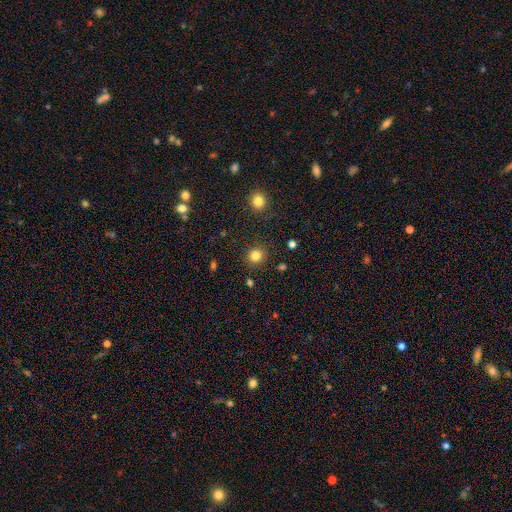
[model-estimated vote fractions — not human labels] This appears to be a smooth galaxy with no disk features (83%) that is round (88%). Merging: none (88%).